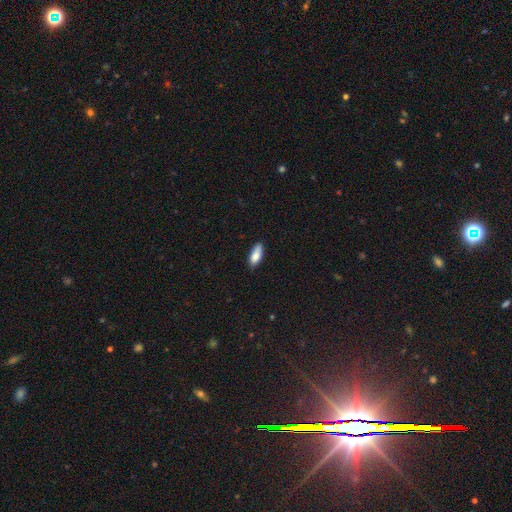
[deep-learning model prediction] Overall: smooth (85%). How rounded: in between (77%). Merging: none (81%).